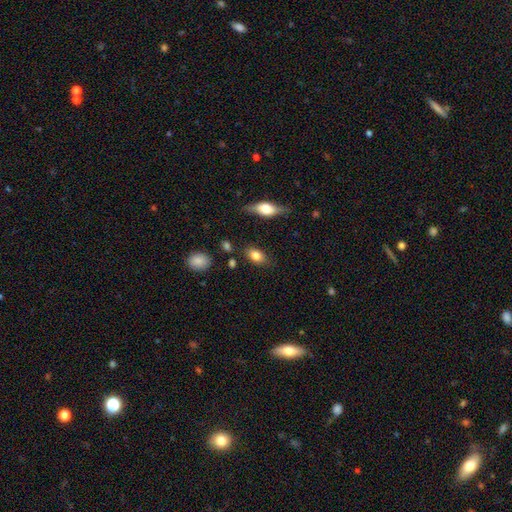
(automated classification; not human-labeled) Smooth or featured? smooth (80%)
How rounded? in between (82%)
Merging? none (80%)